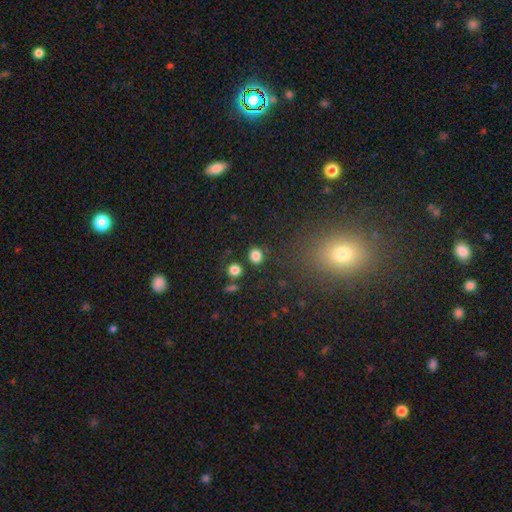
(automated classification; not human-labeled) smooth_or_featured: smooth (p=0.83) [alt: star or artifact p=0.12]
how_rounded: round (p=0.60) [alt: in between p=0.39]
merging: none (p=0.82) [alt: minor disturbance p=0.09]